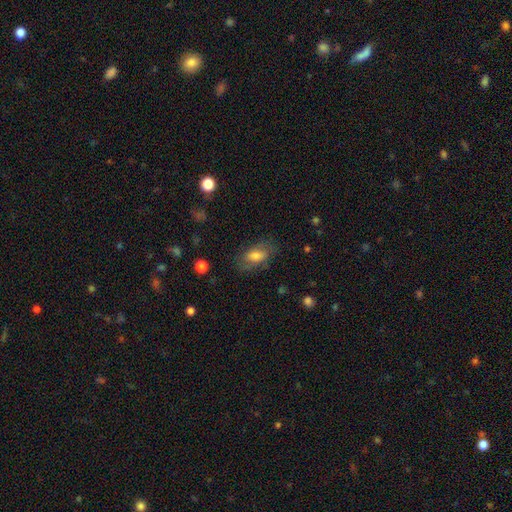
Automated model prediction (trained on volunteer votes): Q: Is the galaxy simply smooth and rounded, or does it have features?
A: smooth — 63%.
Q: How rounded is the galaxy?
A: in between — 86%.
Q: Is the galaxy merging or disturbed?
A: none — 71%.